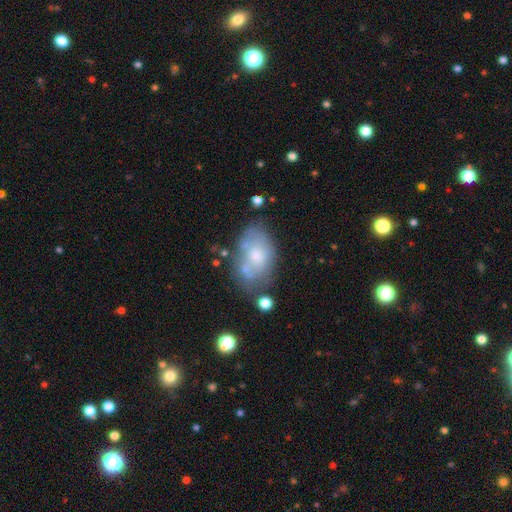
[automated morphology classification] Smooth or featured? smooth (53%)
How rounded? in between (89%)
Merging? none (49%)